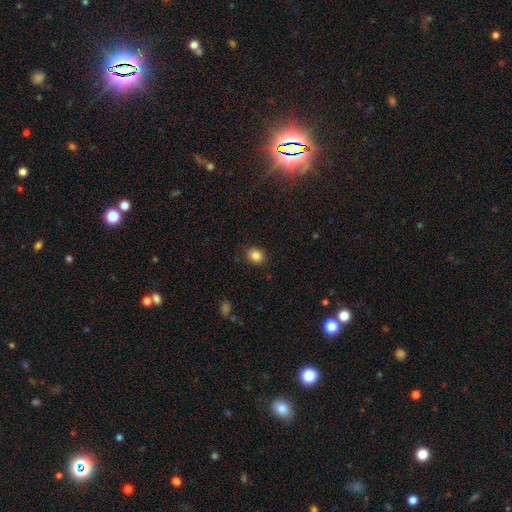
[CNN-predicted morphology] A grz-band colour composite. It shows a smooth galaxy with no disk features (85%) that is round (57%). Merging: none (87%).